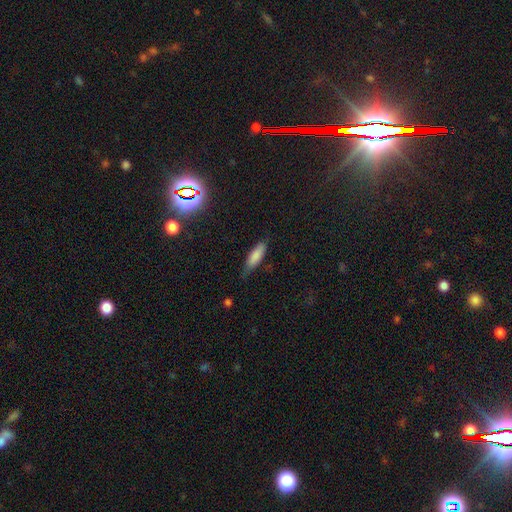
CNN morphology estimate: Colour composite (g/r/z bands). It shows a smooth galaxy with no disk features (82%) that is in between round and cigar-shaped (52%). Merging: none (66%).